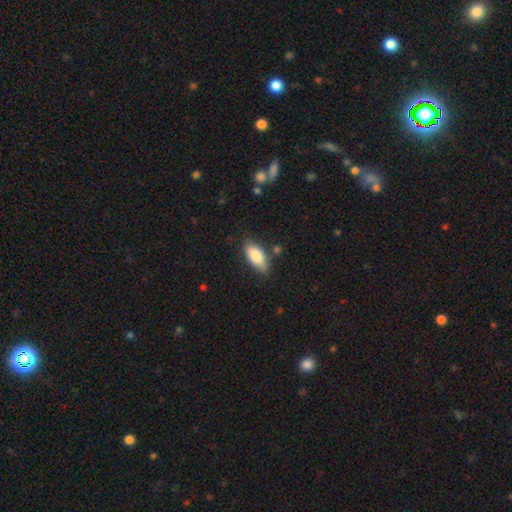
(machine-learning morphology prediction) smooth 83%, featured or disk 10%, star or artifact 6%. Down the decision tree: how rounded — in between (86%); merging — none (75%).